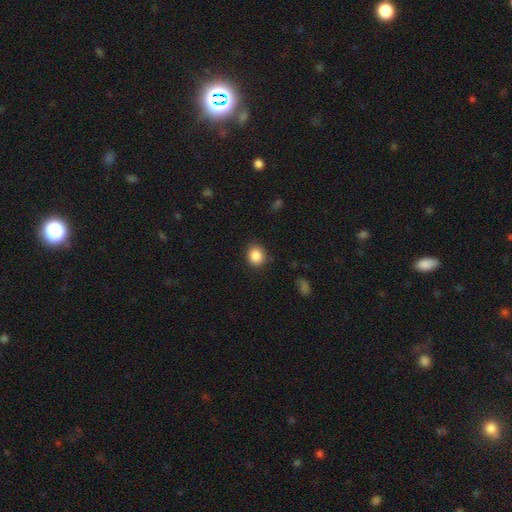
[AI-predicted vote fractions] smooth-or-featured: smooth: 87% | star or artifact: 9% | featured or disk: 4%
  how-rounded: round: 77% | in between: 22% | cigar-shaped: 1%
  merging: none: 85% | minor disturbance: 11% | major disturbance: 3% | merger: 1%